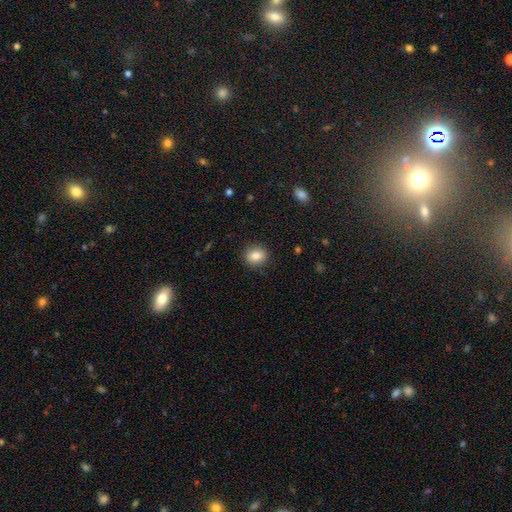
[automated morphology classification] Smooth or featured? Predicted: smooth (p=0.84). How rounded? Predicted: round (p=0.64). Merging? Predicted: none (p=0.89).